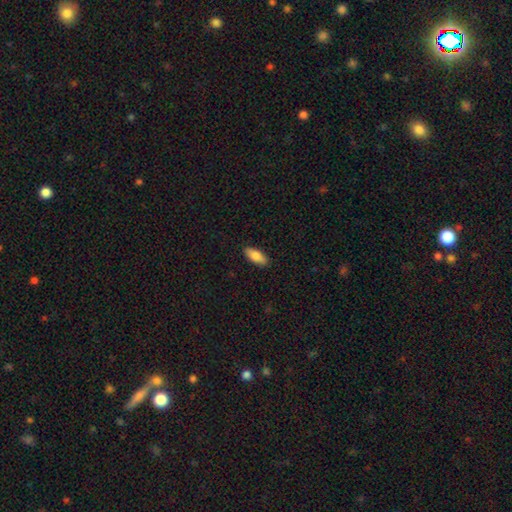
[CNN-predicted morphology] Q: Smooth or featured?
A: smooth (82%); runner-up: featured or disk (12%)
Q: How rounded?
A: in between (79%); runner-up: cigar-shaped (19%)
Q: Merging?
A: none (89%); runner-up: minor disturbance (8%)